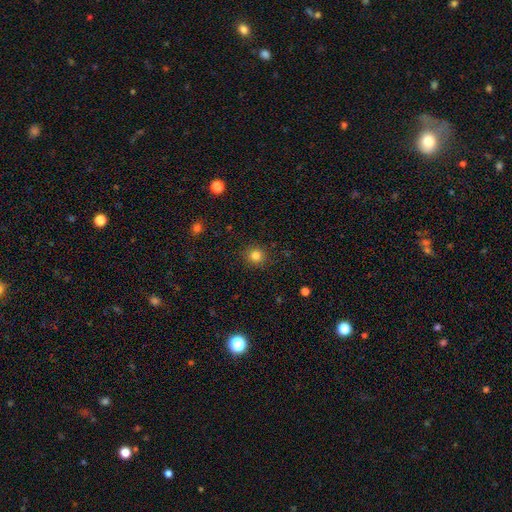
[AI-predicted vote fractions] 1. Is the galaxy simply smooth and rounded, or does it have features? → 82% smooth, 13% star or artifact, 5% featured or disk.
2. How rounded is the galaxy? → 92% round, 7% in between, 1% cigar-shaped.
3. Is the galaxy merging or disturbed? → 90% none, 6% minor disturbance, 2% major disturbance, 1% merger.